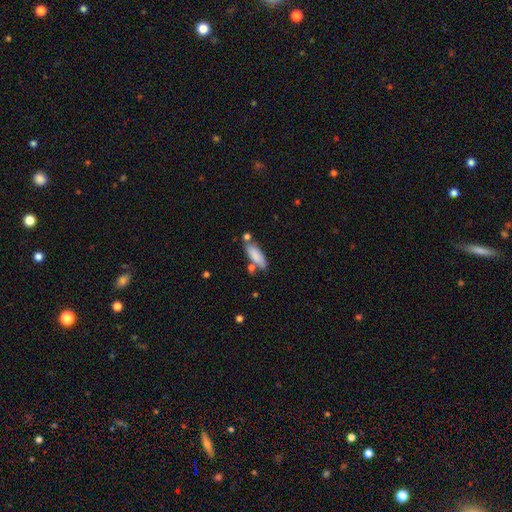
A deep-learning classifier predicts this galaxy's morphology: A smooth galaxy with no disk features (84%) that is in between round and cigar-shaped (62%).

Vote fractions:
- Smooth or featured? smooth: 84% / featured or disk: 9% / star or artifact: 7%
- How rounded? in between: 62% / cigar-shaped: 36% / round: 2%
- Merging? none: 65% / minor disturbance: 17% / merger: 14% / major disturbance: 4%